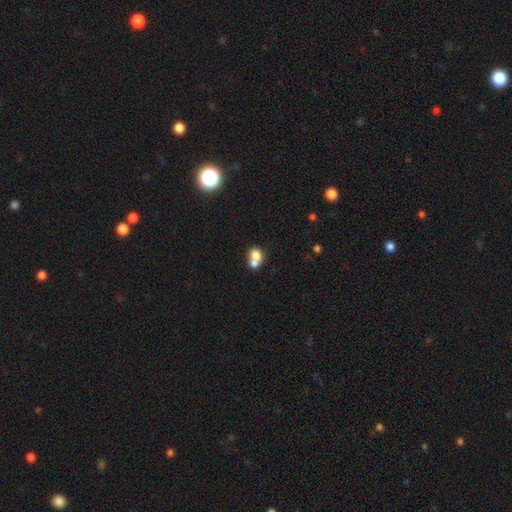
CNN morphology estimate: smooth-or-featured: smooth: 73% | featured or disk: 17% | star or artifact: 10%
  how-rounded: round: 58% | in between: 40% | cigar-shaped: 1%
  merging: merger: 65% | none: 25% | minor disturbance: 6% | major disturbance: 4%